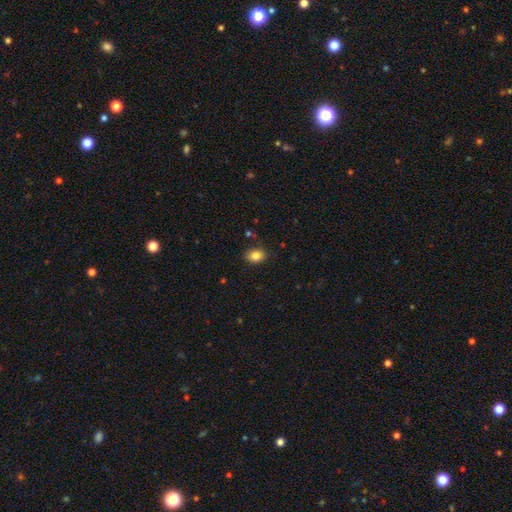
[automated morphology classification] This is clearly a smooth galaxy (85%). How rounded: likely in between (72%). Merging: clearly none (82%).